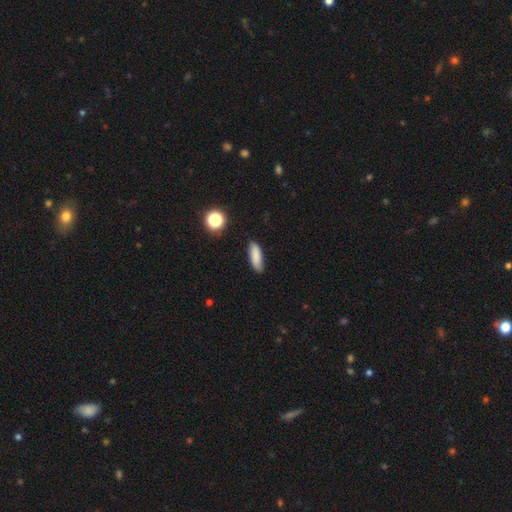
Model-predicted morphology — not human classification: Overall: smooth (85%). How rounded: in between (50%; cigar-shaped 48%). Merging: none (86%).